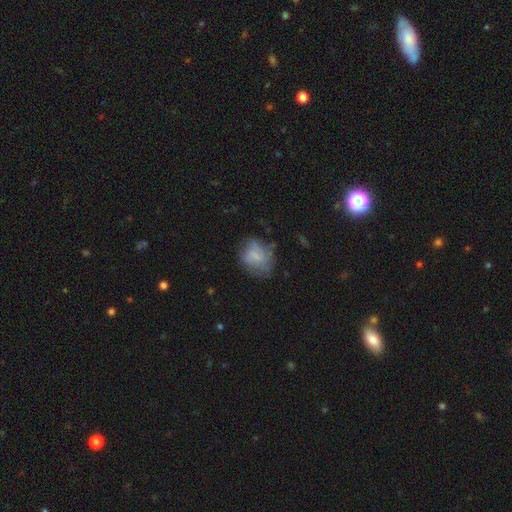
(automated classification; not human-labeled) A smooth galaxy with no disk features (57%) that is in between round and cigar-shaped (51%). Merging: none (53%).